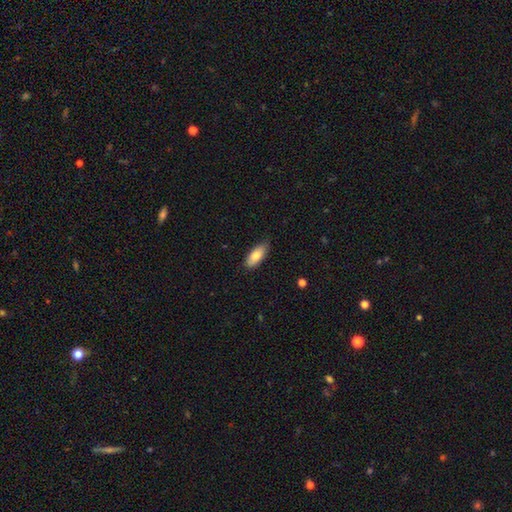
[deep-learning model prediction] smooth_or_featured: smooth (p=0.79) [alt: featured or disk p=0.15]
how_rounded: in between (p=0.81) [alt: cigar-shaped p=0.17]
merging: none (p=0.79) [alt: minor disturbance p=0.18]